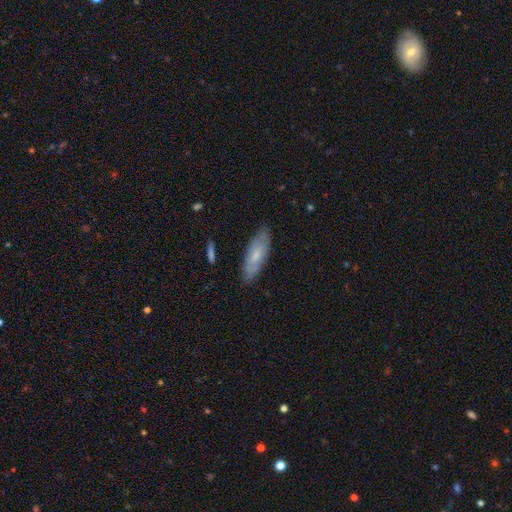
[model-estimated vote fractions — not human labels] smooth-or-featured: smooth: 62% | featured or disk: 32% | star or artifact: 6%
  how-rounded: in between: 60% | cigar-shaped: 38% | round: 2%
  merging: none: 82% | minor disturbance: 14% | major disturbance: 2% | merger: 1%